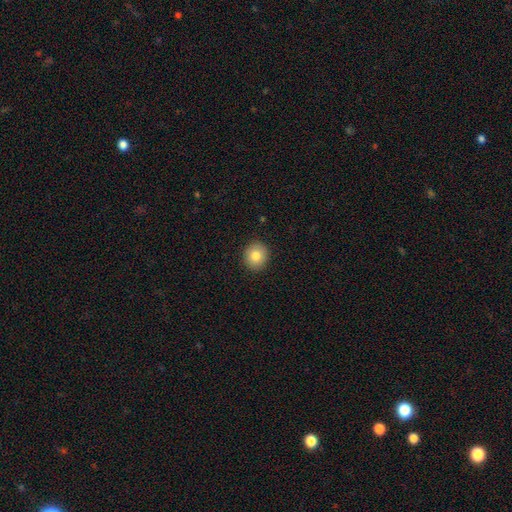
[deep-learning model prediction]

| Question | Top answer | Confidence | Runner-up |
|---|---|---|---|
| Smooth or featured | smooth | 82% | featured or disk (10%) |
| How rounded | round | 86% | in between (13%) |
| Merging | none | 92% | minor disturbance (6%) |